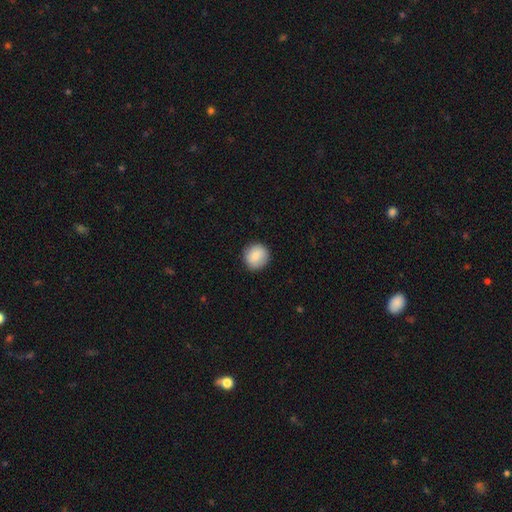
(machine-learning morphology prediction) This is clearly a smooth galaxy (84%). How rounded: clearly round (92%). Merging: clearly none (89%).